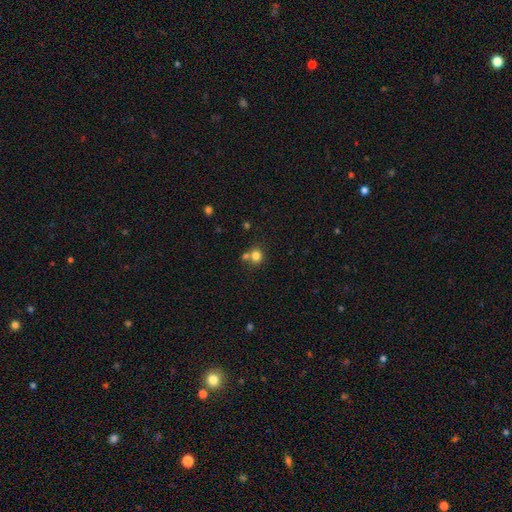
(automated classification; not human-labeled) This appears to be a smooth galaxy with no disk features (80%) that is round (83%). Merging: none (57%).